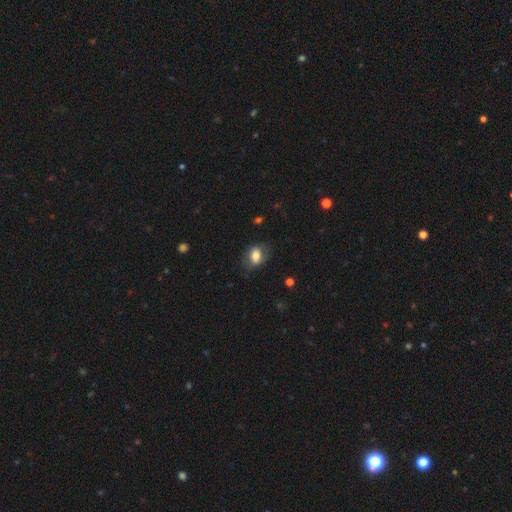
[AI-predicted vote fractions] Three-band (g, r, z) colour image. It shows a smooth galaxy with no disk features (69%) that is in between round and cigar-shaped (77%). Merging: none (67%).